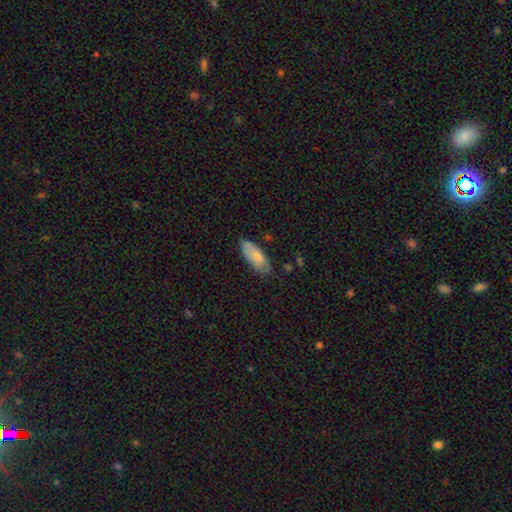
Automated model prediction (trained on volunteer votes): This appears to be a smooth galaxy with no disk features (75%) that is in between round and cigar-shaped (81%). Merging: none (68%).